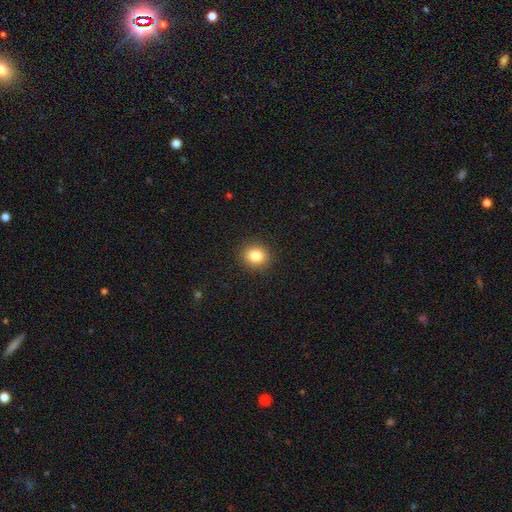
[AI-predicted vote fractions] Smooth or featured: smooth — 83% (star or artifact — 11%)
How rounded: round — 76% (in between — 23%)
Merging: none — 91% (minor disturbance — 6%)